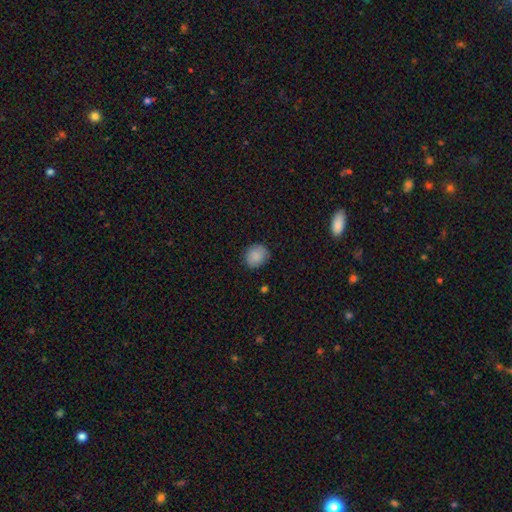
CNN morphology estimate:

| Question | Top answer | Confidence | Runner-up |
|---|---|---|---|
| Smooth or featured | smooth | 87% | star or artifact (9%) |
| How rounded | round | 73% | in between (26%) |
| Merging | none | 82% | minor disturbance (14%) |